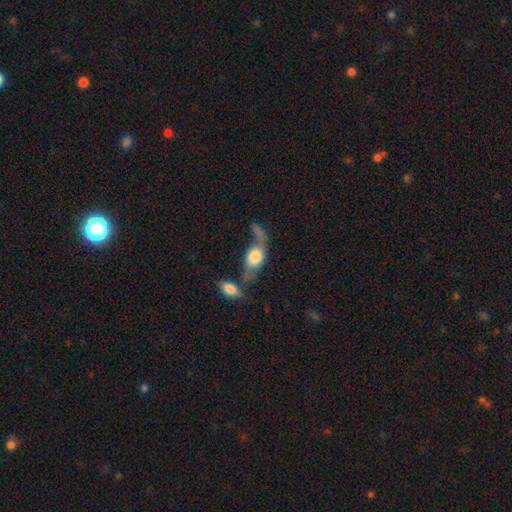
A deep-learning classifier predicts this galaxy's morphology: smooth-or-featured: smooth: 47% | featured or disk: 45% | star or artifact: 7%
  merging: merger: 30% | none: 29% | major disturbance: 24% | minor disturbance: 18%